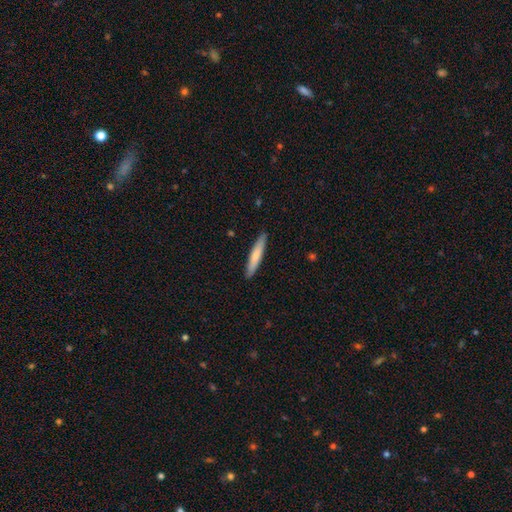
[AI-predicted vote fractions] smooth-or-featured: smooth: 70% | featured or disk: 25% | star or artifact: 5%
  how-rounded: cigar-shaped: 92% | in between: 7% | round: 1%
  merging: none: 90% | minor disturbance: 8% | major disturbance: 1% | merger: 1%